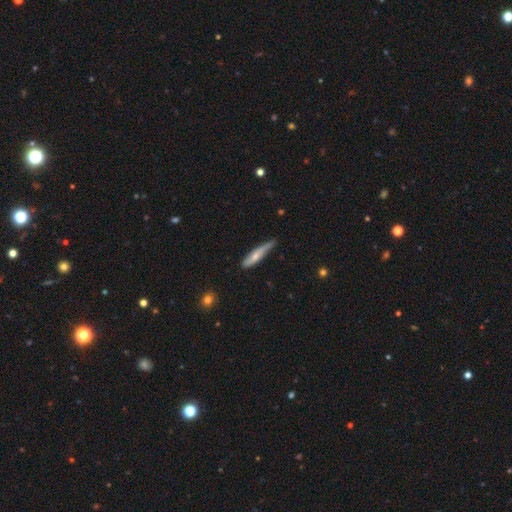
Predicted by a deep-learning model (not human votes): Smooth or featured?
  - smooth: 59% *
  - featured or disk: 35%
  - star or artifact: 5%
How rounded?
  - cigar-shaped: 83% *
  - in between: 16%
  - round: 2%
Merging?
  - none: 51% *
  - minor disturbance: 38%
  - major disturbance: 8%
  - merger: 3%